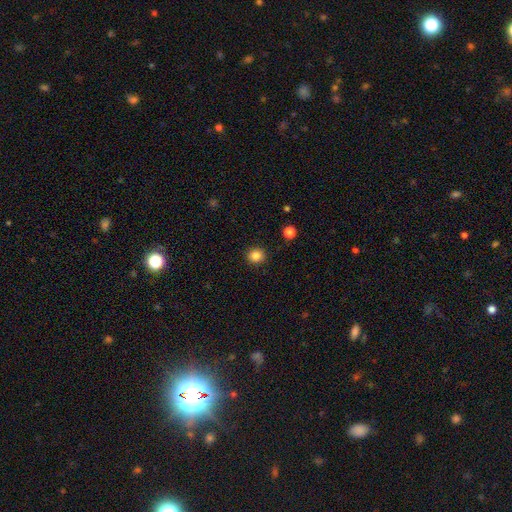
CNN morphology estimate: smooth 85%, star or artifact 11%, featured or disk 4%. Down the decision tree: how rounded — round (91%); merging — none (92%).